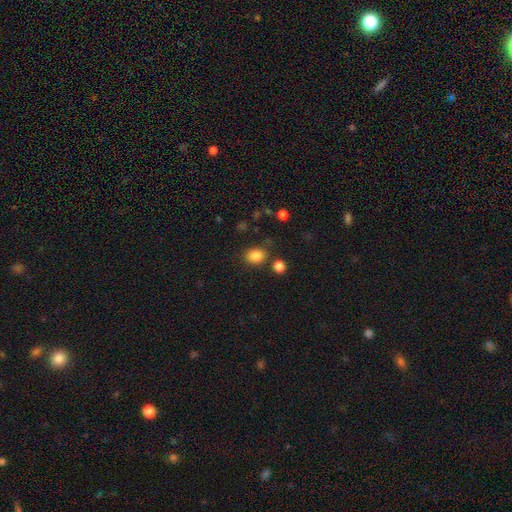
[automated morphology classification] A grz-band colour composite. It shows a smooth galaxy with no disk features (85%) that is in between round and cigar-shaped (52%). Merging: none (79%).